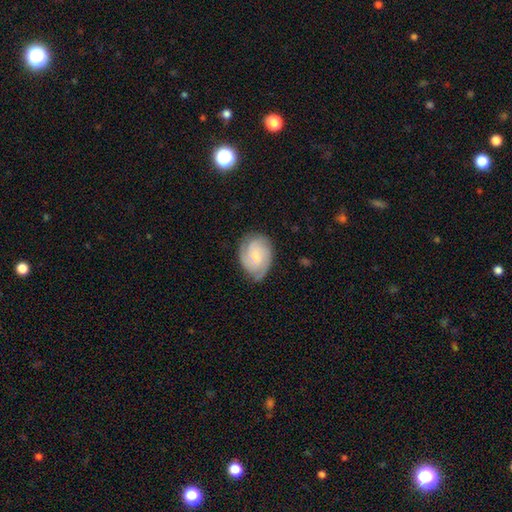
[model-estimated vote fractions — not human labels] Smooth or featured? featured or disk (70%)
Edge-on disk? no (98%)
Bar? no (62%)
Spiral arms? yes (95%)
Spiral winding? tight (55%)
Spiral arm count? 3 (35%)
Bulge size? small (67%)
Merging? none (69%)